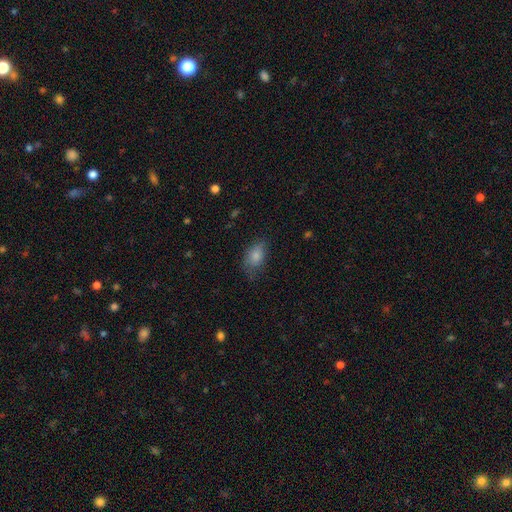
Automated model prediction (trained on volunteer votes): Smooth or featured: smooth — 82% (featured or disk — 10%)
How rounded: in between — 86% (round — 12%)
Merging: none — 59% (minor disturbance — 29%)